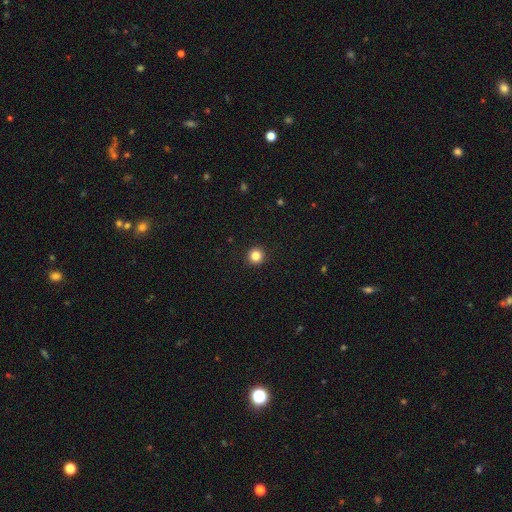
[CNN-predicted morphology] smooth_or_featured: smooth (p=0.84) [alt: star or artifact p=0.12]
how_rounded: round (p=0.95) [alt: in between p=0.04]
merging: none (p=0.93) [alt: minor disturbance p=0.04]